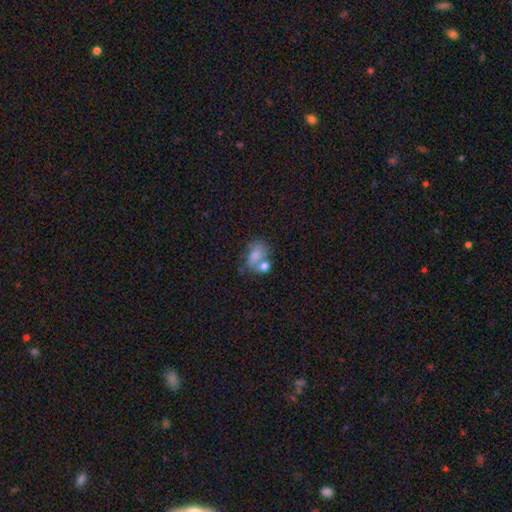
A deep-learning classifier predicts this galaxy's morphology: Smooth or featured? Predicted: smooth (p=0.72). How rounded? Predicted: in between (p=0.74). Merging? Predicted: merger (p=0.42).